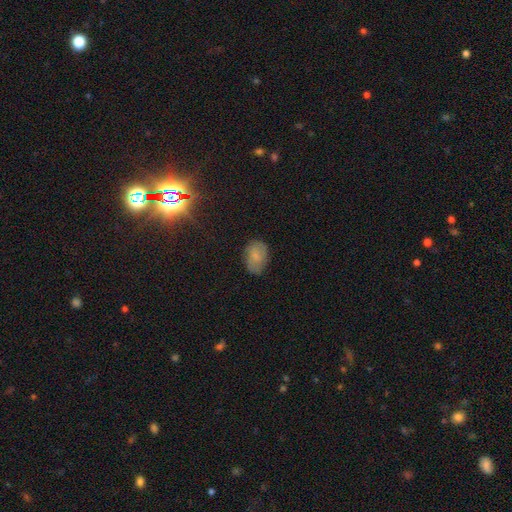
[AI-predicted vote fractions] Morphology: type=smooth (71%); roundness=in between (81%); merging=none (76%).